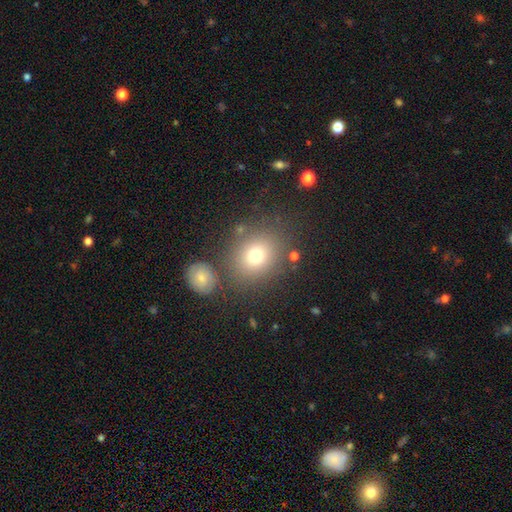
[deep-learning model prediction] smooth 75%, star or artifact 14%, featured or disk 11%. Down the decision tree: how rounded — round (71%); merging — none (77%).